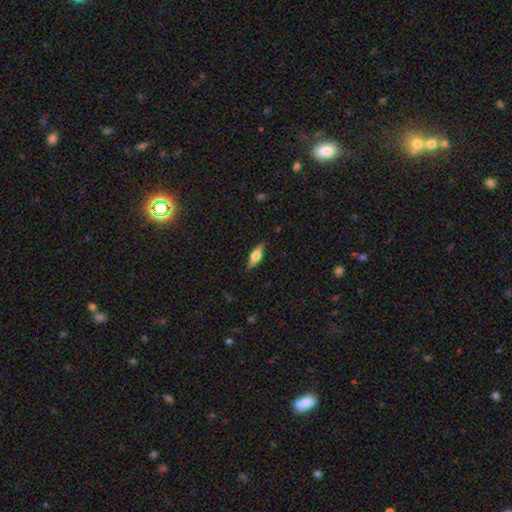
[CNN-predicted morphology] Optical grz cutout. It shows a featured or disk galaxy (50%) viewed edge-on (92%). Merging: none (86%).